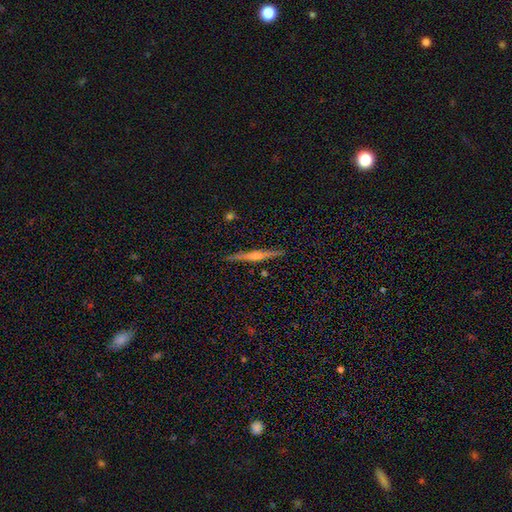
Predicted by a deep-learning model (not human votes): A featured or disk galaxy (74%) viewed edge-on (97%) with a rounded central bulge (79%). Merging: none (91%).